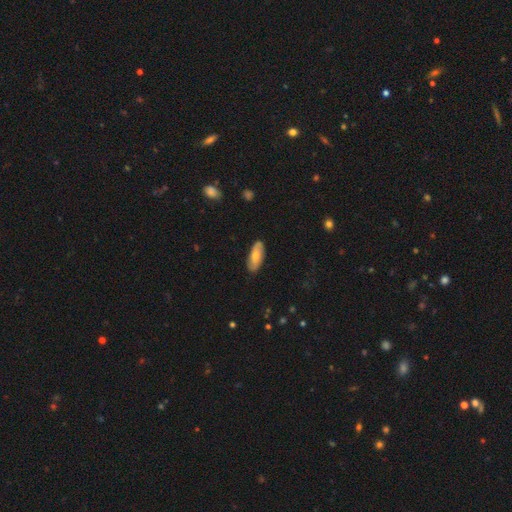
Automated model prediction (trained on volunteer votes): smooth-or-featured: smooth: 60% | featured or disk: 34% | star or artifact: 6%
  how-rounded: in between: 78% | cigar-shaped: 20% | round: 2%
  merging: none: 85% | minor disturbance: 12% | major disturbance: 2% | merger: 1%